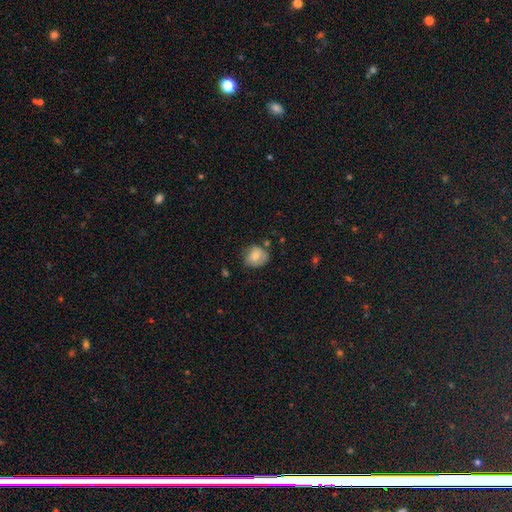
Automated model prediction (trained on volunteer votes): Overall: smooth (72%). How rounded: round (67%; in between 32%). Merging: none (61%; minor disturbance 28%).